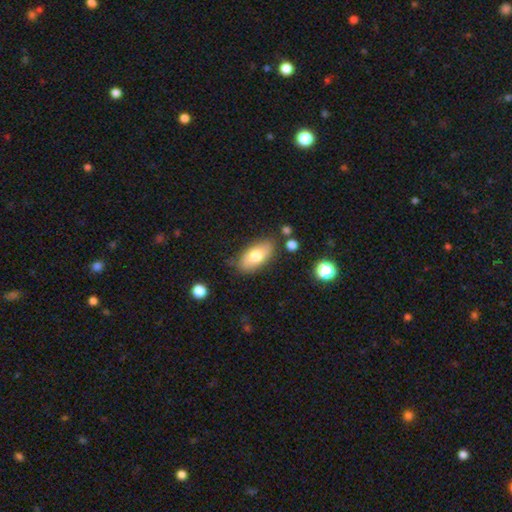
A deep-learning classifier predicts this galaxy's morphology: smooth 73%, featured or disk 20%, star or artifact 7%. Down the decision tree: how rounded — in between (90%); merging — none (77%).